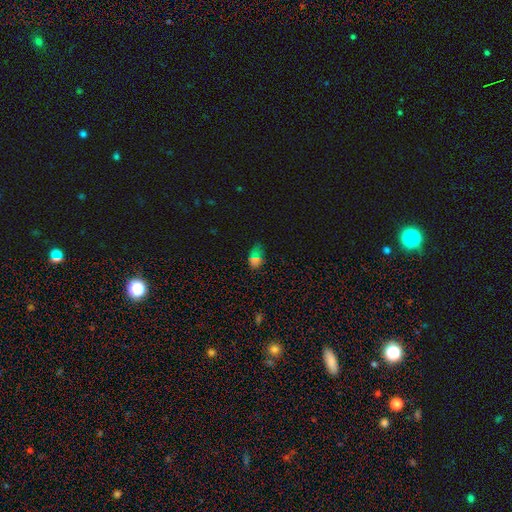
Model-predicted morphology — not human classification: This appears to be a smooth galaxy with no disk features (56%) that is in between round and cigar-shaped (81%). Merging: none (60%).